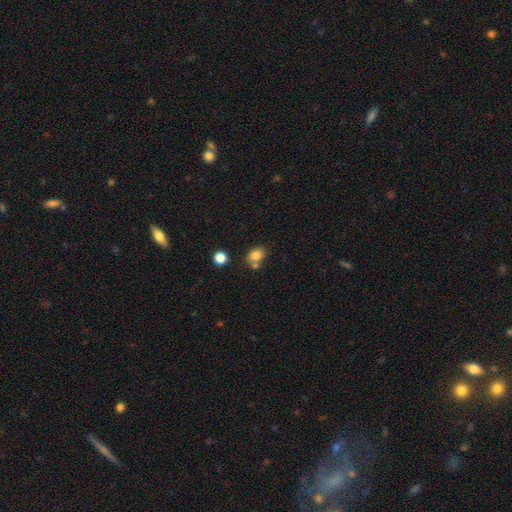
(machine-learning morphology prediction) Q: Smooth or featured?
A: smooth (81%); runner-up: star or artifact (11%)
Q: How rounded?
A: in between (60%); runner-up: round (39%)
Q: Merging?
A: none (58%); runner-up: merger (24%)